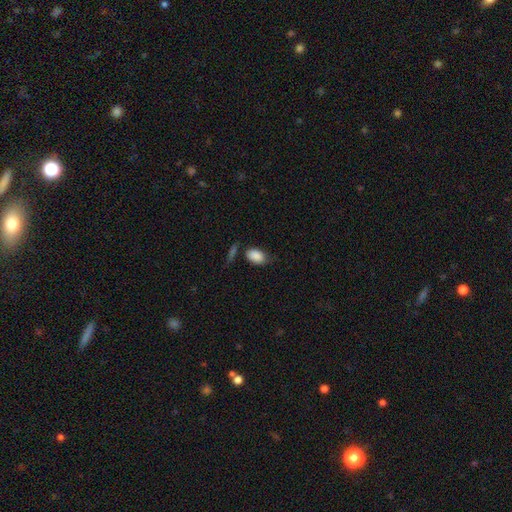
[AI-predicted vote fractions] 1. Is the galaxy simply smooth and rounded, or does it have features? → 88% smooth, 7% star or artifact, 5% featured or disk.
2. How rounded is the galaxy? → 90% in between, 8% round, 2% cigar-shaped.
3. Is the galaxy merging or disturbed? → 61% none, 23% minor disturbance, 9% merger, 8% major disturbance.